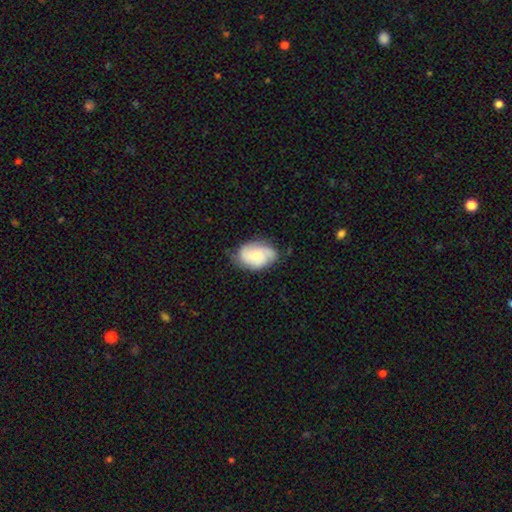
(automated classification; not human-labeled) The model was most divided on "spiral arm count": 3: 35%, 2: 33%, can't tell: 20%, 4: 5%, 1: 4%, more than 4: 3%. Remaining: edge-on disk — no (97%); spiral arms — yes (91%); bar — no (68%); merging — none (63%); smooth or featured — featured or disk (57%); bulge size — small (51%); spiral winding — medium (43%).